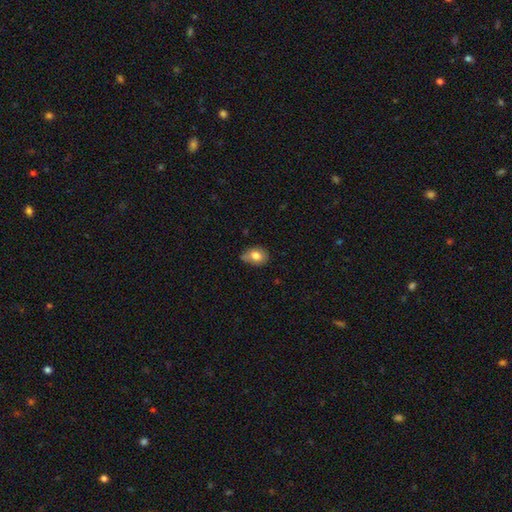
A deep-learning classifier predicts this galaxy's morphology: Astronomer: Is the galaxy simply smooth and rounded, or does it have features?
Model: smooth — 77%.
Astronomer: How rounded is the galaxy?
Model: in between — 66%.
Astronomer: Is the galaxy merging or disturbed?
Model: none — 56% (runner-up: minor disturbance, 32%).